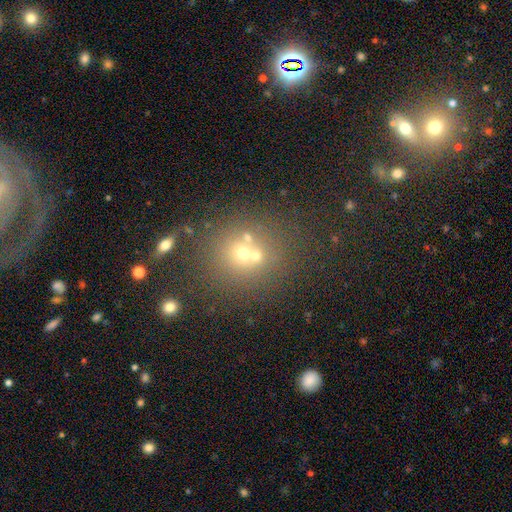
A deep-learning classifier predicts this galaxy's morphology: smooth_or_featured: smooth (p=0.54) [alt: star or artifact p=0.27]
how_rounded: round (p=0.85) [alt: in between p=0.14]
merging: none (p=0.54) [alt: merger p=0.33]